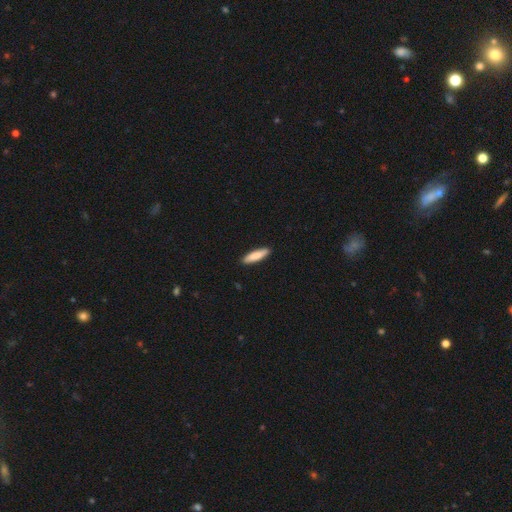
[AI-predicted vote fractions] smooth_or_featured: smooth (p=0.83) [alt: featured or disk p=0.12]
how_rounded: cigar-shaped (p=0.76) [alt: in between p=0.22]
merging: none (p=0.90) [alt: minor disturbance p=0.07]